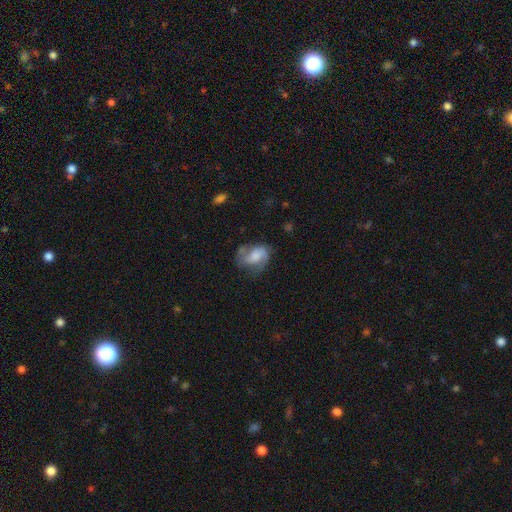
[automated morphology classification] Smooth or featured? featured or disk (58%)
Edge-on disk? no (97%)
Bar? no (52%)
Spiral arms? yes (83%)
Bulge size? moderate (29%)
Merging? none (51%)